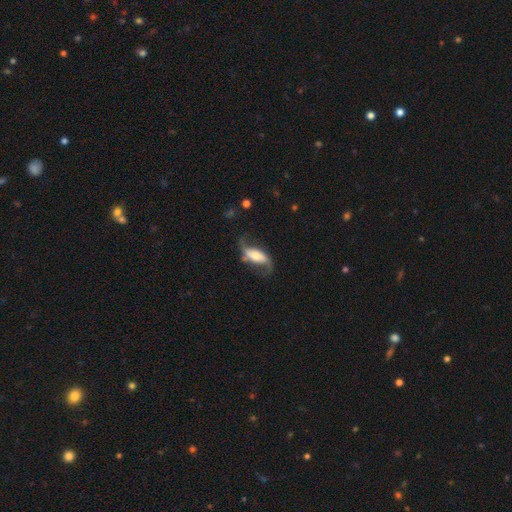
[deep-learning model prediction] This appears to be a featured or disk galaxy (70%) with no bar (35%), 2 (89%) loose (75%) spiral arms (89%) and a moderate central bulge (39%). Merging: none (56%).